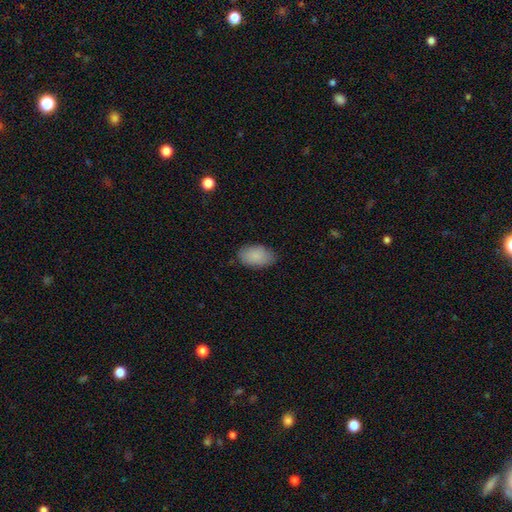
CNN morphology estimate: Overall: smooth (88%). How rounded: in between (93%). Merging: none (80%).